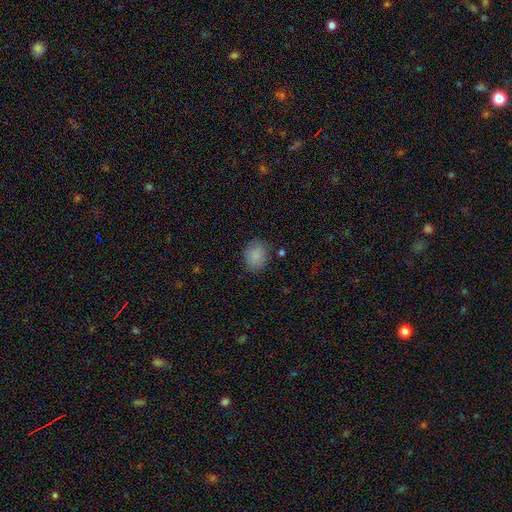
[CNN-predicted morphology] Smooth or featured? Predicted: smooth (p=0.87). How rounded? Predicted: round (p=0.52). Merging? Predicted: none (p=0.84).